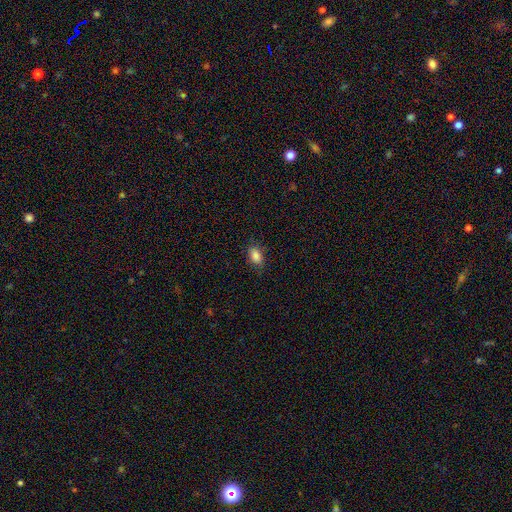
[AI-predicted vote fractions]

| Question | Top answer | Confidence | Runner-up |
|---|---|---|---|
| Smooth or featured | smooth | 87% | star or artifact (8%) |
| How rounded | in between | 89% | round (9%) |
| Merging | none | 82% | minor disturbance (14%) |